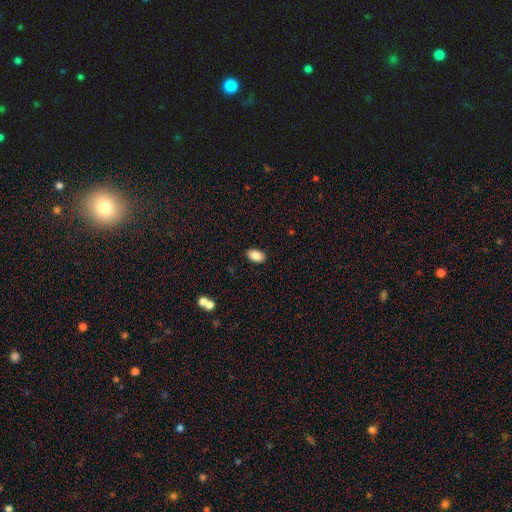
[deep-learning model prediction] Smooth or featured?
  - smooth: 86% *
  - star or artifact: 8%
  - featured or disk: 6%
How rounded?
  - in between: 92% *
  - round: 7%
  - cigar-shaped: 1%
Merging?
  - none: 88% *
  - minor disturbance: 8%
  - major disturbance: 2%
  - merger: 1%